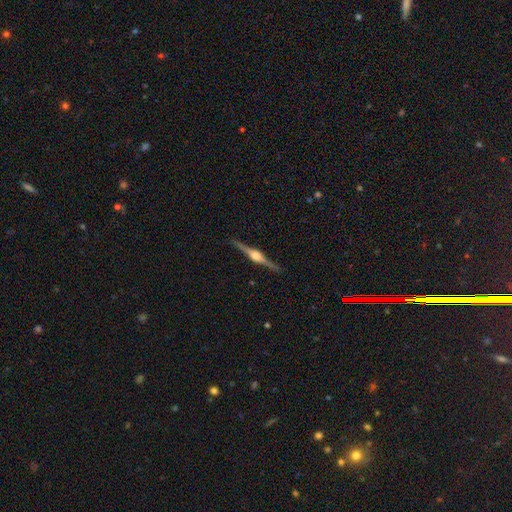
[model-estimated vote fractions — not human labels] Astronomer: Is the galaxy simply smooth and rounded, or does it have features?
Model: featured or disk — 87%.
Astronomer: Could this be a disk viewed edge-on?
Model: yes — 98%.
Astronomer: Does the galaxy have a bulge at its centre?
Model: rounded — 89%.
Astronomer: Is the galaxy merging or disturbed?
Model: none — 91%.